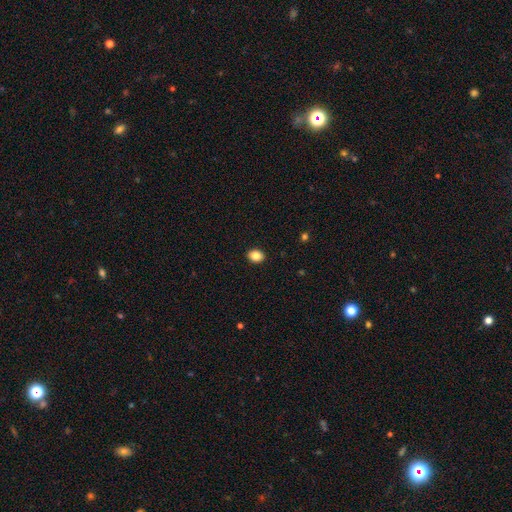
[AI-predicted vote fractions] Smooth or featured? smooth (85%)
How rounded? in between (59%)
Merging? none (91%)